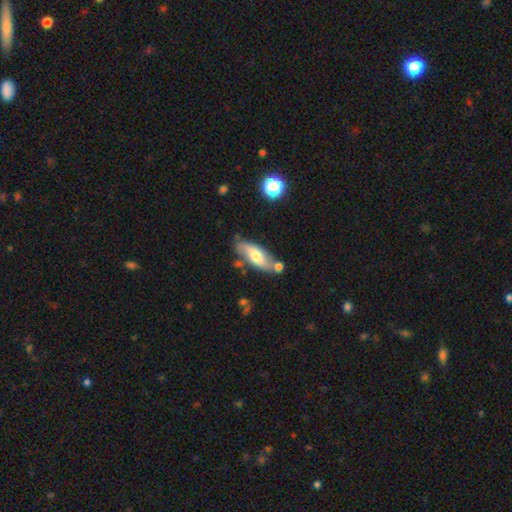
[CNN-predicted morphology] Smooth or featured? Predicted: smooth (p=0.50). Merging? Predicted: none (p=0.63).